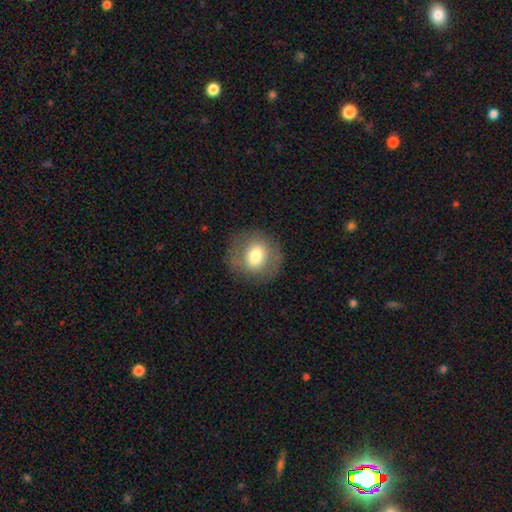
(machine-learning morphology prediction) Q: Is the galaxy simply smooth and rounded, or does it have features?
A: smooth — 64%.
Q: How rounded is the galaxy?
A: round — 76%.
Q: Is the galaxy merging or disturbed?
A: none — 81%.